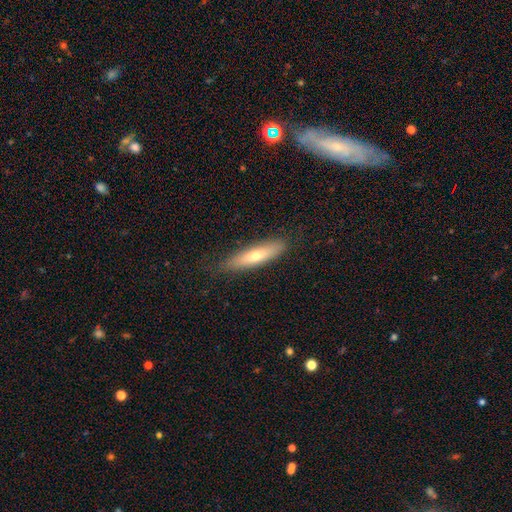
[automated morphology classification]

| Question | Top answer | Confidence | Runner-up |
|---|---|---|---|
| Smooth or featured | smooth | 60% | featured or disk (33%) |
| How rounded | cigar-shaped | 74% | in between (24%) |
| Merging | none | 85% | minor disturbance (12%) |